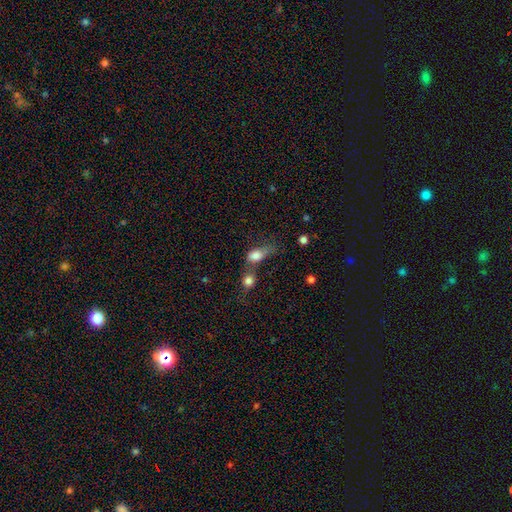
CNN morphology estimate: smooth 76%, featured or disk 14%, star or artifact 10%. Down the decision tree: how rounded — in between (70%); merging — merger (52%).